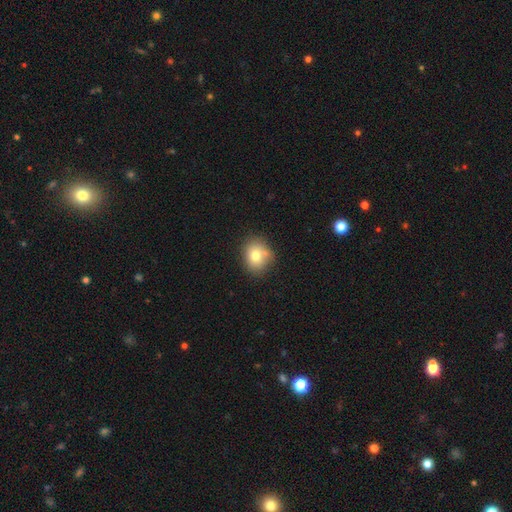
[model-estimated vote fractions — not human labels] Smooth or featured? smooth (76%)
How rounded? round (65%)
Merging? none (64%)